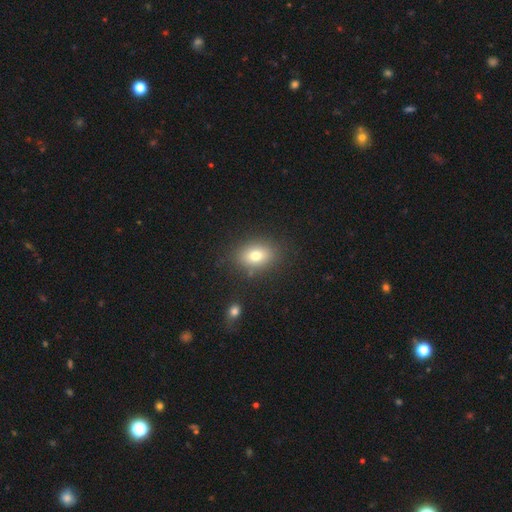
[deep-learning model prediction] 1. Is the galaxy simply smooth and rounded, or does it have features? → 76% smooth, 12% star or artifact, 12% featured or disk.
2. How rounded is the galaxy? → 68% in between, 31% round, 1% cigar-shaped.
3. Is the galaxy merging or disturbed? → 83% none, 10% minor disturbance, 4% major disturbance, 3% merger.